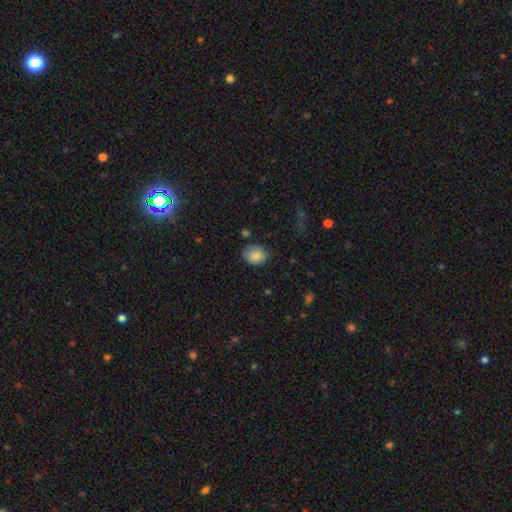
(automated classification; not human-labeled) The model was most divided on "how rounded": round: 56%, in between: 43%, cigar-shaped: 1%. More confident: smooth or featured — smooth (83%); merging — none (68%).